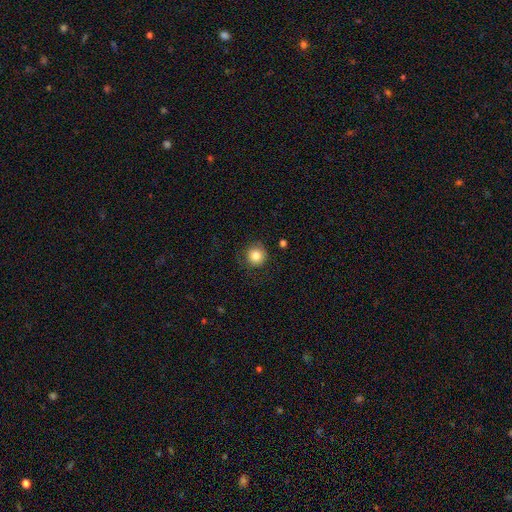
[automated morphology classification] smooth-or-featured: smooth: 83% | star or artifact: 10% | featured or disk: 7%
  how-rounded: round: 94% | in between: 5% | cigar-shaped: 1%
  merging: none: 81% | minor disturbance: 12% | major disturbance: 5% | merger: 1%